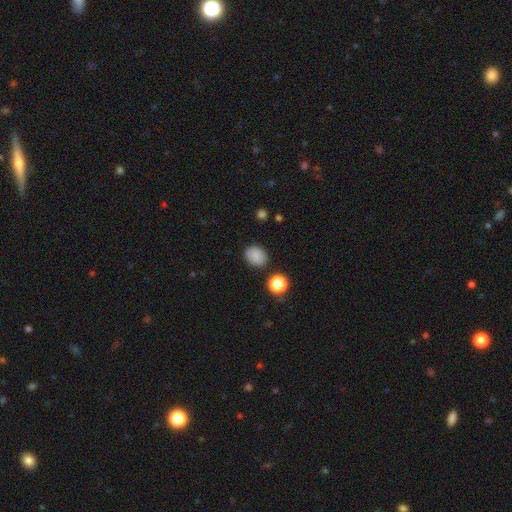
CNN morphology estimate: The model was most divided on "how rounded": round: 53%, in between: 46%, cigar-shaped: 1%. More confident: smooth or featured — smooth (84%); merging — none (84%).